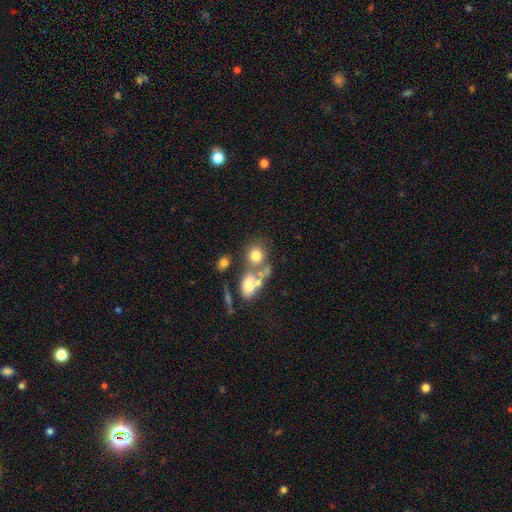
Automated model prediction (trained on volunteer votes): Smooth or featured?
  - smooth: 73% *
  - featured or disk: 15%
  - star or artifact: 12%
How rounded?
  - round: 72% *
  - in between: 26%
  - cigar-shaped: 1%
Merging?
  - none: 45% *
  - merger: 36%
  - minor disturbance: 11%
  - major disturbance: 8%